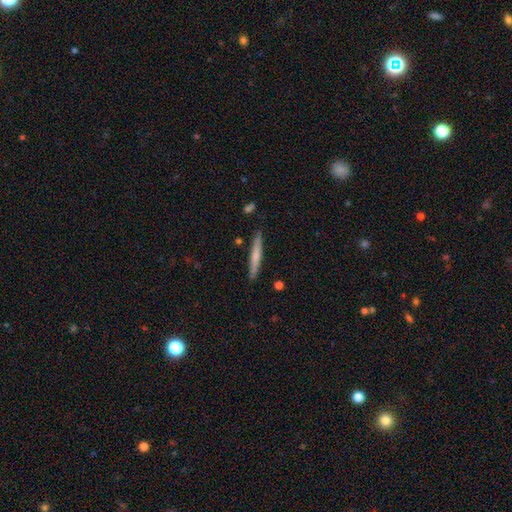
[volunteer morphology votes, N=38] A smooth galaxy with no disk features (61%) that is cigar-shaped (100%). Merging: none (89%).